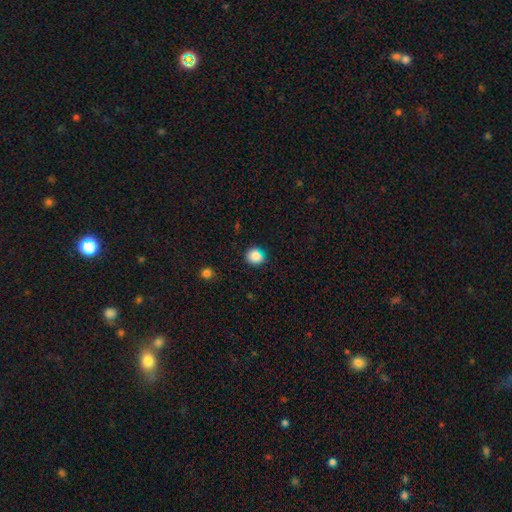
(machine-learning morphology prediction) Smooth or featured? Predicted: smooth (p=0.86). How rounded? Predicted: round (p=0.83). Merging? Predicted: none (p=0.81).